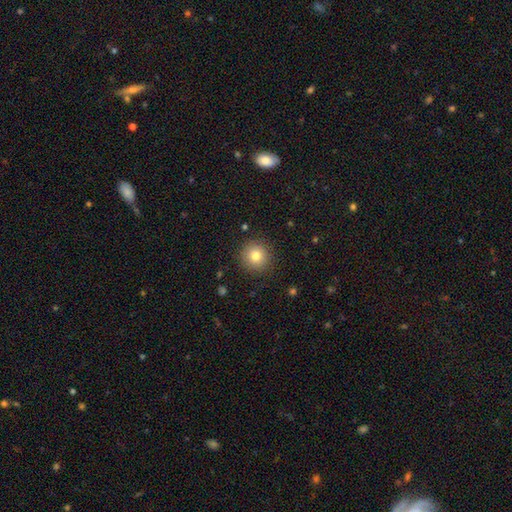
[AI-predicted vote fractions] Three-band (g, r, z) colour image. It shows a smooth galaxy with no disk features (79%) that is round (94%). Merging: none (90%).